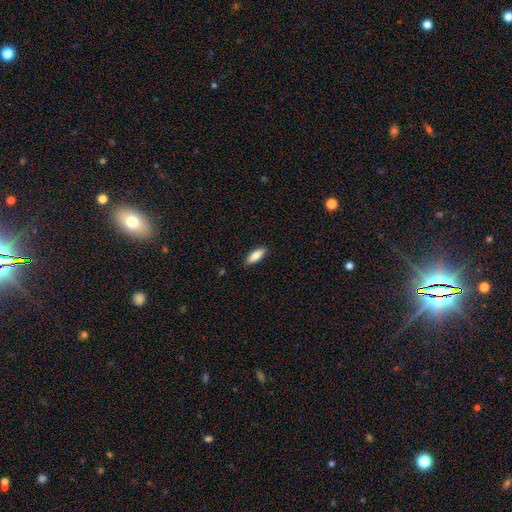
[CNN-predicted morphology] smooth_or_featured: smooth (p=0.83) [alt: featured or disk p=0.11]
how_rounded: in between (p=0.71) [alt: cigar-shaped p=0.28]
merging: none (p=0.86) [alt: minor disturbance p=0.11]